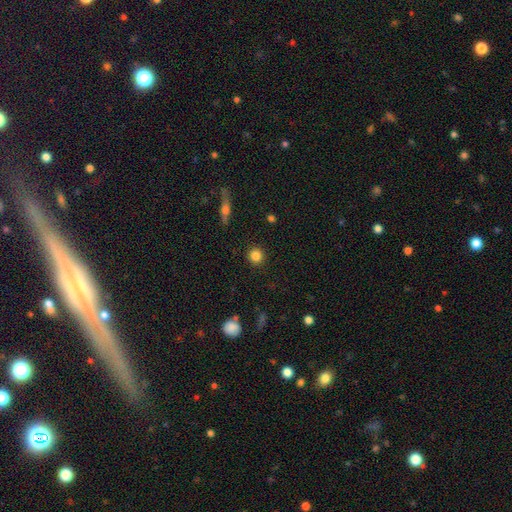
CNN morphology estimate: Smooth or featured?
  - smooth: 84% *
  - star or artifact: 10%
  - featured or disk: 6%
How rounded?
  - round: 93% *
  - in between: 6%
  - cigar-shaped: 1%
Merging?
  - none: 92% *
  - minor disturbance: 5%
  - major disturbance: 2%
  - merger: 1%